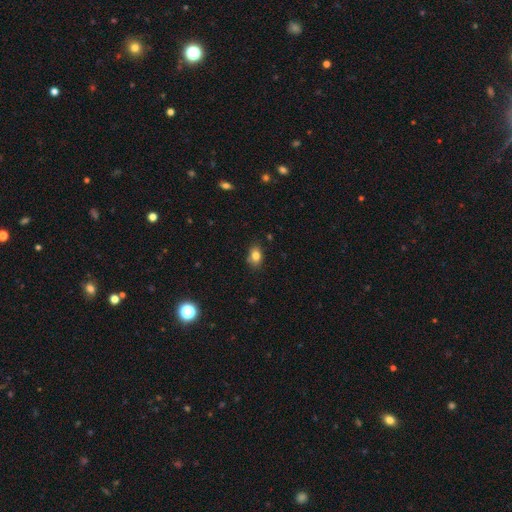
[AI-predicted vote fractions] Smooth or featured?
  - smooth: 81% *
  - star or artifact: 11%
  - featured or disk: 8%
How rounded?
  - in between: 76% *
  - round: 23%
  - cigar-shaped: 2%
Merging?
  - none: 79% *
  - minor disturbance: 16%
  - major disturbance: 3%
  - merger: 2%